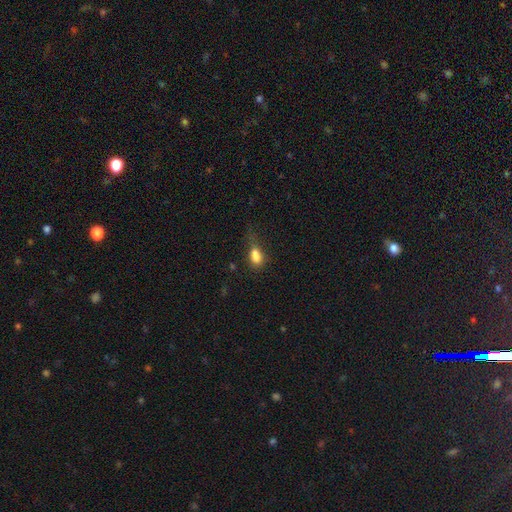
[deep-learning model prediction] This appears to be a smooth galaxy with no disk features (81%) that is in between round and cigar-shaped (80%). Merging: none (37%).